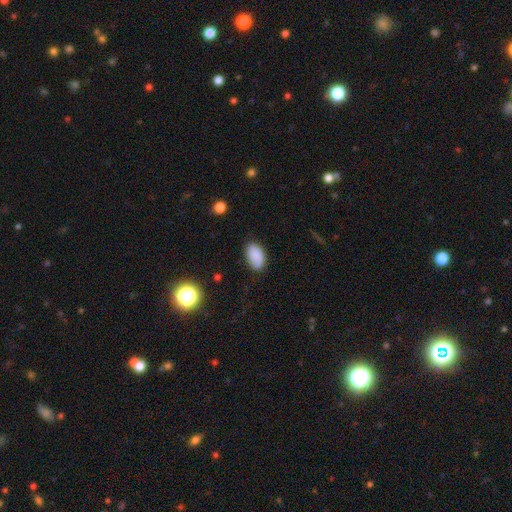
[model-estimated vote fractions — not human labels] The model was most divided on "merging": none: 76%, minor disturbance: 18%, major disturbance: 4%, merger: 1%. More confident: how rounded — in between (93%); smooth or featured — smooth (84%).